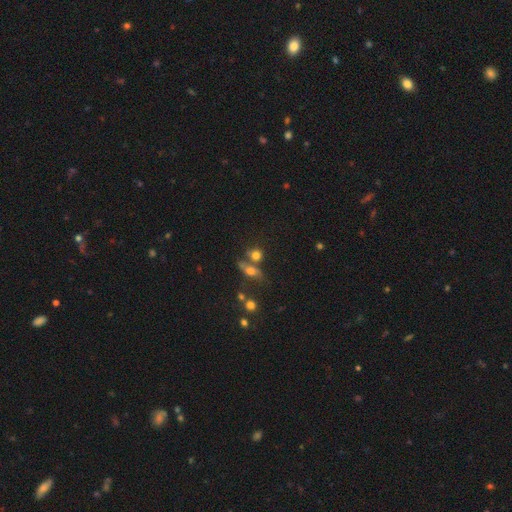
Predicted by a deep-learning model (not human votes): smooth_or_featured: smooth (p=0.68) [alt: featured or disk p=0.17]
how_rounded: round (p=0.65) [alt: in between p=0.30]
merging: none (p=0.44) [alt: merger p=0.35]